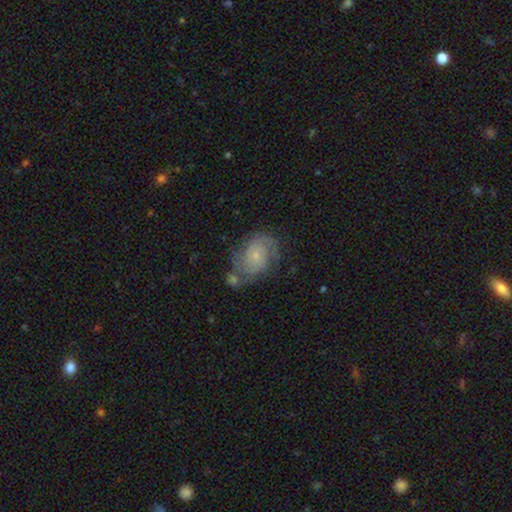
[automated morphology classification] This is likely a featured or disk galaxy (67%). It is clearly not viewed edge-on (97%). Bar: likely no (75%). Spiral arm pattern: clearly yes (89%). Spiral arm count: possibly 2 (57%). Spiral winding: marginally tight (43%). Central bulge: likely small (74%). Merging: possibly none (54%).